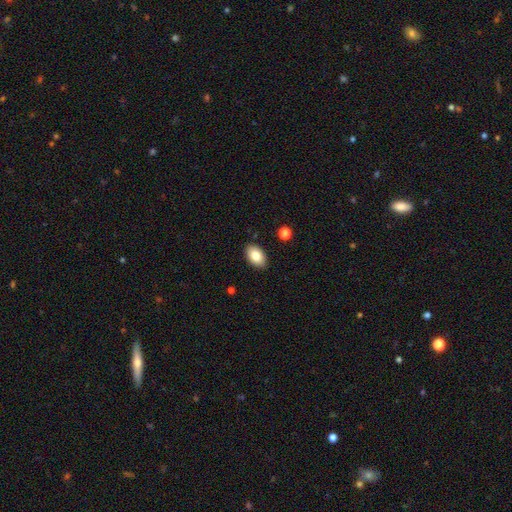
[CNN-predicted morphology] Smooth or featured? smooth (83%)
How rounded? in between (91%)
Merging? none (88%)